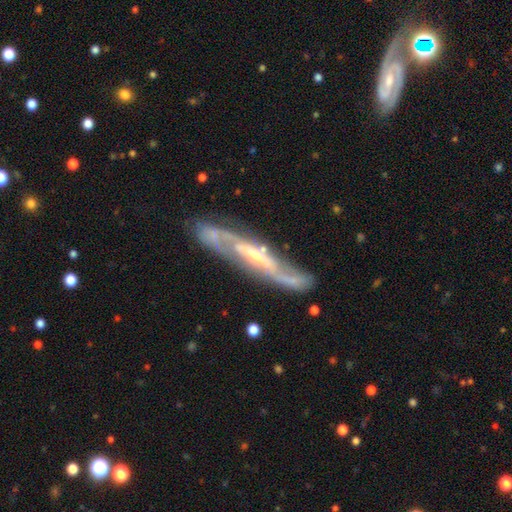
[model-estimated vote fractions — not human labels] featured or disk 86%, smooth 8%, star or artifact 5%. Down the decision tree: edge-on disk — no (63%); bar — weak (39%); spiral arms — yes (94%); spiral arm count — 2 (76%); spiral winding — medium (47%); bulge size — small (58%); merging — none (76%).